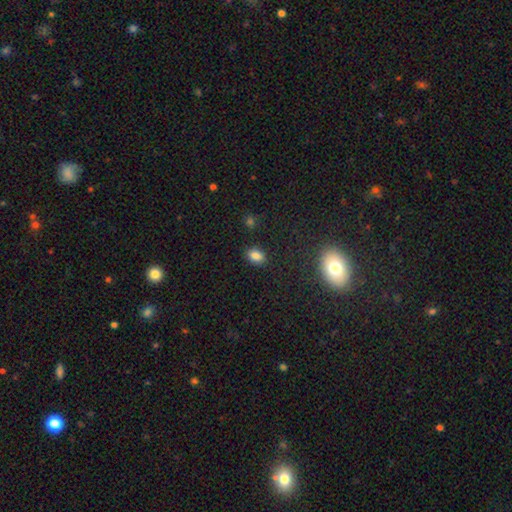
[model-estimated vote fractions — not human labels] Smooth or featured?
  - smooth: 83% *
  - star or artifact: 12%
  - featured or disk: 5%
How rounded?
  - in between: 76% *
  - round: 23%
  - cigar-shaped: 2%
Merging?
  - none: 86% *
  - minor disturbance: 9%
  - major disturbance: 2%
  - merger: 2%